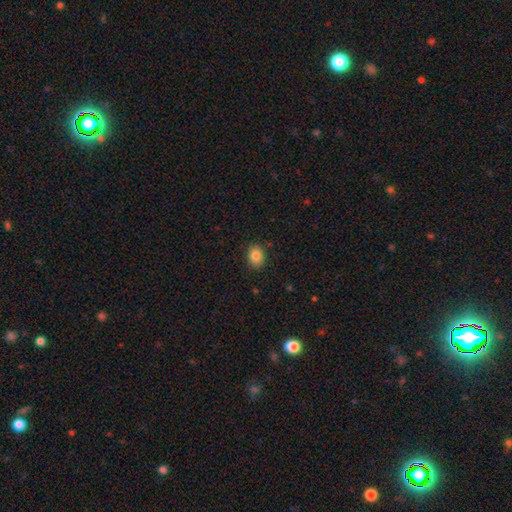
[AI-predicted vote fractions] This is clearly a smooth galaxy (85%). How rounded: possibly in between (57%). Merging: clearly none (87%).